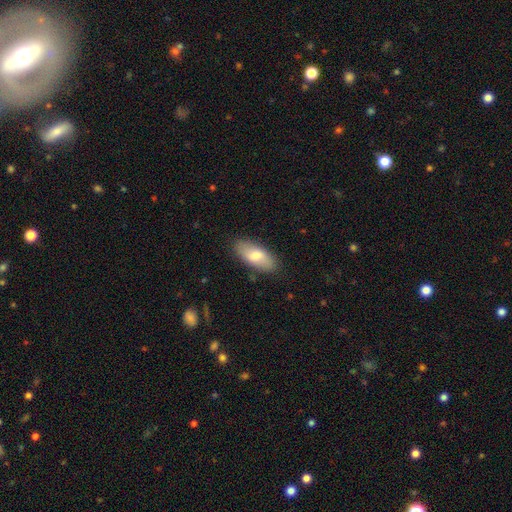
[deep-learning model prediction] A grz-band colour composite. It shows a smooth galaxy with no disk features (73%) that is in between round and cigar-shaped (86%). Merging: none (86%).